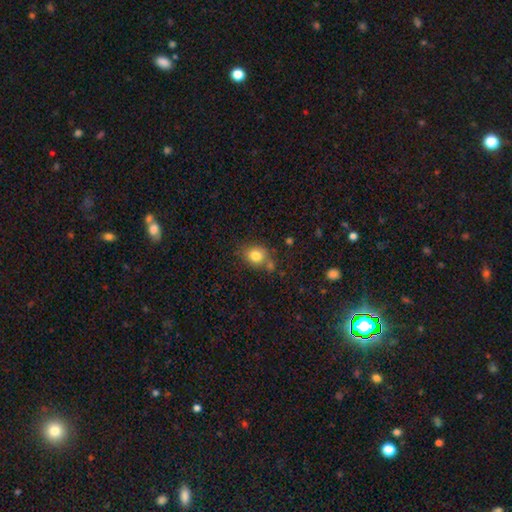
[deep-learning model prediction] This is clearly a smooth galaxy (81%). How rounded: possibly round (57%). Merging: likely none (64%).